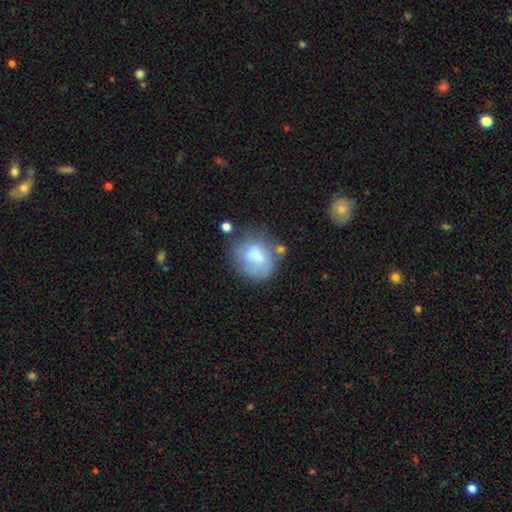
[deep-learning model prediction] This appears to be a smooth galaxy with no disk features (66%) that is round (58%). Merging: none (48%).